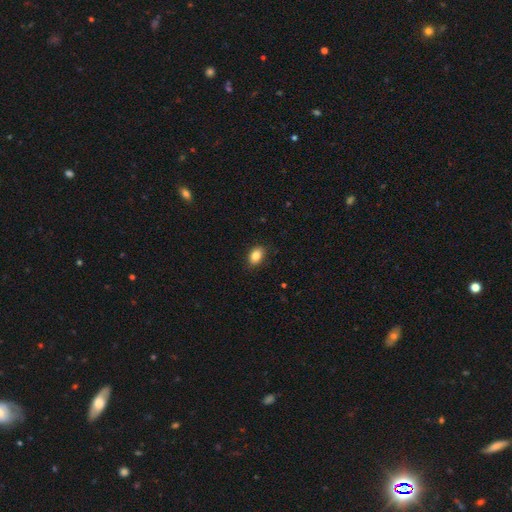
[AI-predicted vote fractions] smooth-or-featured: smooth: 87% | star or artifact: 8% | featured or disk: 5%
  how-rounded: in between: 83% | round: 15% | cigar-shaped: 1%
  merging: none: 88% | minor disturbance: 9% | major disturbance: 2% | merger: 1%